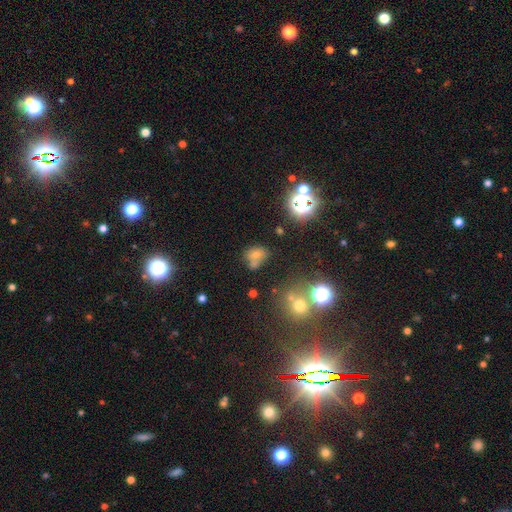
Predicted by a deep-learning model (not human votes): Smooth or featured? smooth (59%)
How rounded? in between (56%)
Merging? none (46%)